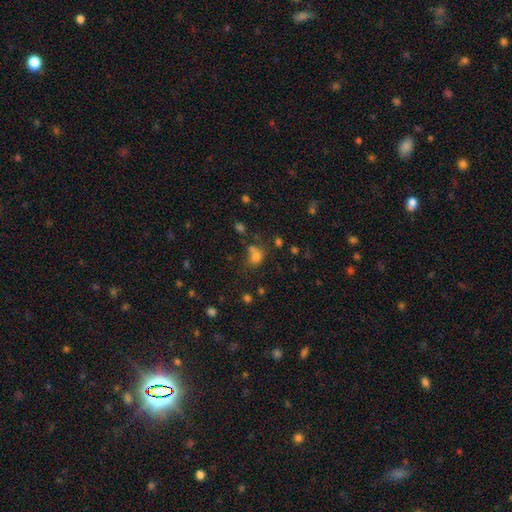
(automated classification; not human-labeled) This appears to be a smooth galaxy with no disk features (71%) that is round (57%). Merging: none (45%).